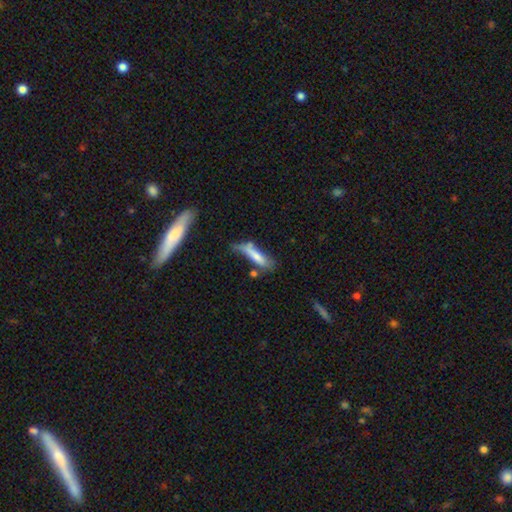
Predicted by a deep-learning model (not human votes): Morphology: type=smooth (68%); roundness=cigar-shaped (75%); merging=none (39%).